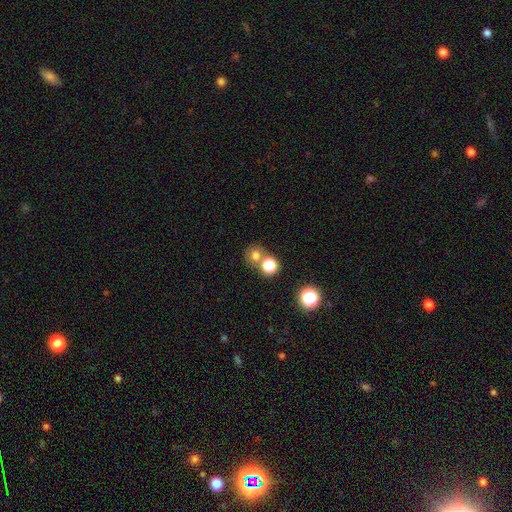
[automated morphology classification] A smooth galaxy with no disk features (72%) that is round (82%).

Vote fractions:
- Smooth or featured? smooth: 72% / star or artifact: 17% / featured or disk: 11%
- How rounded? round: 82% / in between: 17% / cigar-shaped: 1%
- Merging? none: 52% / merger: 37% / minor disturbance: 8% / major disturbance: 4%